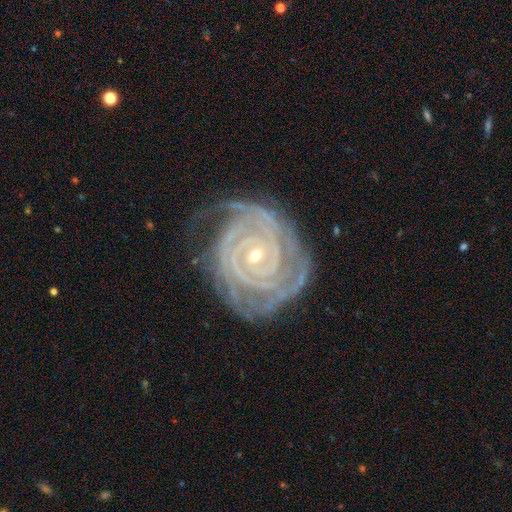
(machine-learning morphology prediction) Smooth or featured?
  - featured or disk: 92% *
  - star or artifact: 5%
  - smooth: 3%
Edge-on disk?
  - no: 98% *
  - yes: 2%
Bar?
  - no: 55% *
  - weak: 26%
  - strong: 18%
Spiral arms?
  - yes: 99% *
  - no: 1%
Spiral winding?
  - tight: 88% *
  - medium: 10%
  - loose: 2%
Spiral arm count?
  - 2: 27% *
  - 3: 23%
  - 4: 19%
  - can't tell: 13%
  - more than 4: 10%
  - 1: 7%
Bulge size?
  - small: 74% *
  - moderate: 23%
  - large: 1%
  - none: 1%
  - dominant: 1%
Merging?
  - none: 72% *
  - minor disturbance: 19%
  - major disturbance: 8%
  - merger: 2%